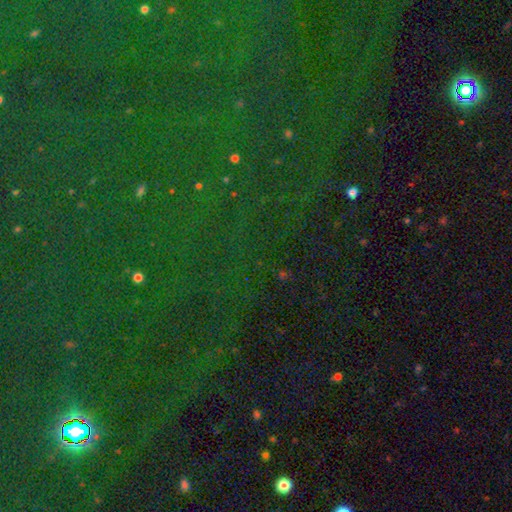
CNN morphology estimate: Smooth or featured? Predicted: star or artifact (p=0.82).